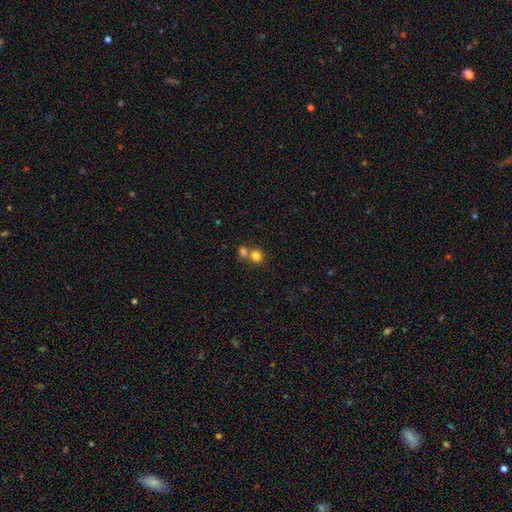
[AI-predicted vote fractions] The model was most divided on "merging": none: 51%, merger: 40%, minor disturbance: 6%, major disturbance: 3%. More confident: how rounded — round (85%); smooth or featured — smooth (80%).